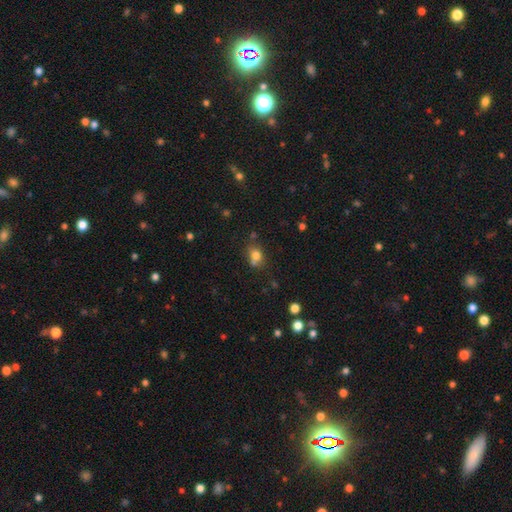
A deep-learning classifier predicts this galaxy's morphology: A smooth galaxy with no disk features (75%) that is round (54%). Merging: none (53%).